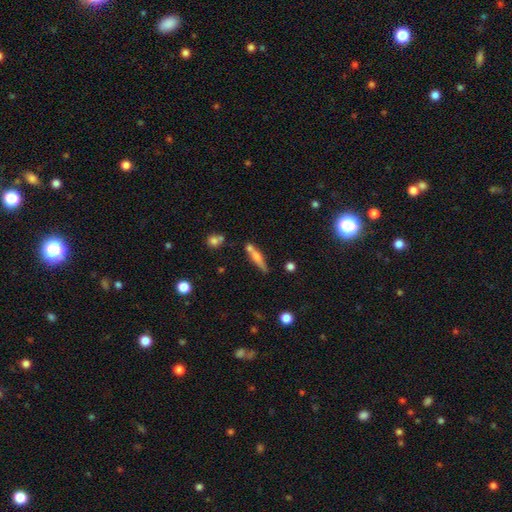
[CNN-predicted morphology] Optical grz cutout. It shows a smooth galaxy with no disk features (53%) that is cigar-shaped (84%). Merging: none (66%).